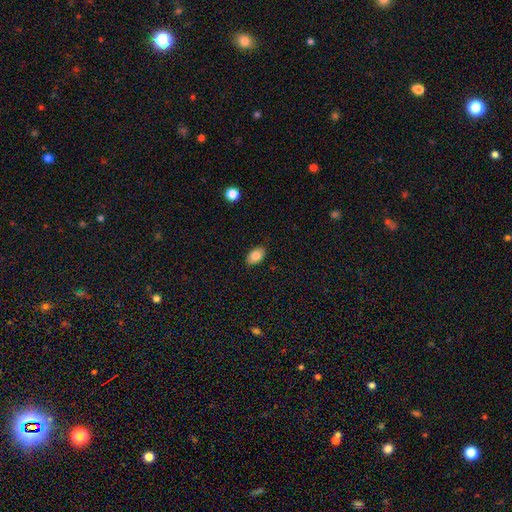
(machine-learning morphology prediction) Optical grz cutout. It shows a smooth galaxy with no disk features (83%) that is in between round and cigar-shaped (90%). Merging: none (86%).